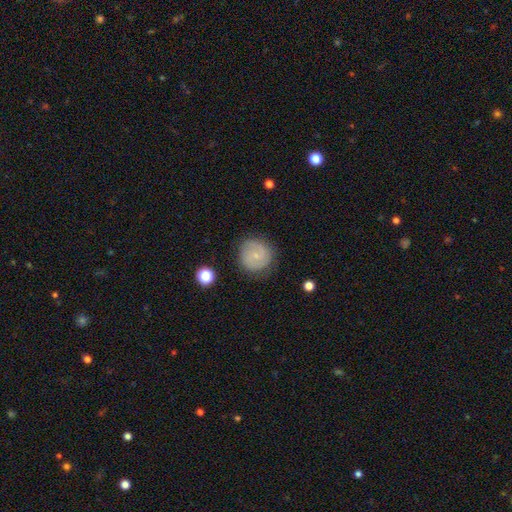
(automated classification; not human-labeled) A smooth galaxy with no disk features (49%).

Vote fractions:
- Smooth or featured? smooth: 49% / featured or disk: 43% / star or artifact: 8%
- Merging? none: 78% / minor disturbance: 15% / major disturbance: 5% / merger: 1%